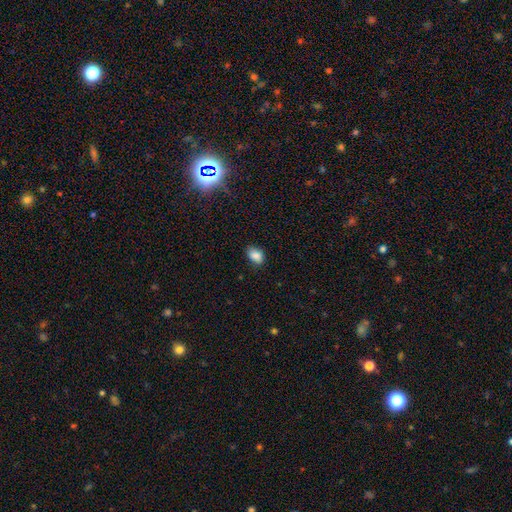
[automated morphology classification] Smooth or featured: smooth — 86% (star or artifact — 9%)
How rounded: in between — 84% (round — 14%)
Merging: none — 77% (minor disturbance — 18%)